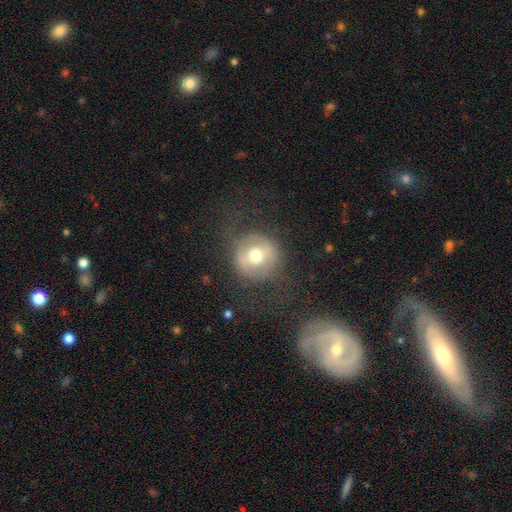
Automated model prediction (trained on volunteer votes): smooth_or_featured: smooth (p=0.55) [alt: featured or disk p=0.35]
how_rounded: round (p=0.90) [alt: in between p=0.09]
merging: none (p=0.66) [alt: major disturbance p=0.17]